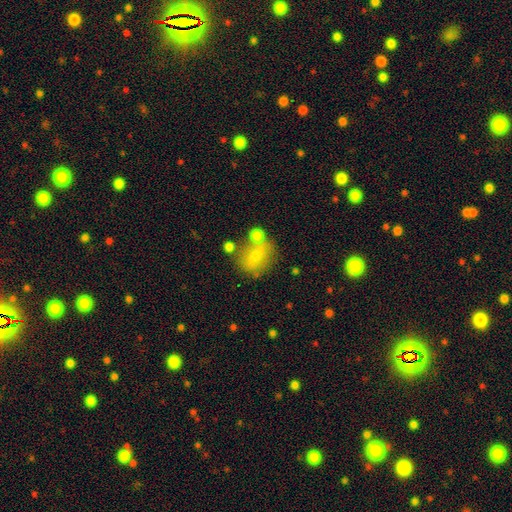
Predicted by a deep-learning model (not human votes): A smooth galaxy with no disk features (65%) that is round (55%).

Vote fractions:
- Smooth or featured? smooth: 65% / featured or disk: 24% / star or artifact: 11%
- How rounded? round: 55% / in between: 42% / cigar-shaped: 2%
- Merging? none: 54% / merger: 22% / minor disturbance: 16% / major disturbance: 8%